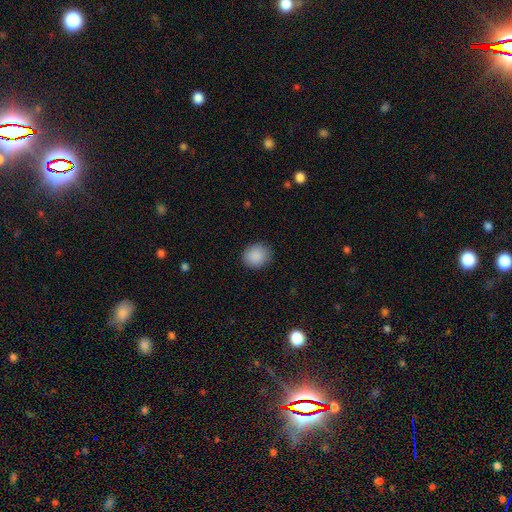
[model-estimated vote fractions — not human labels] Smooth or featured?
  - smooth: 89% *
  - star or artifact: 8%
  - featured or disk: 3%
How rounded?
  - round: 83% *
  - in between: 16%
  - cigar-shaped: 1%
Merging?
  - none: 89% *
  - minor disturbance: 8%
  - major disturbance: 2%
  - merger: 1%